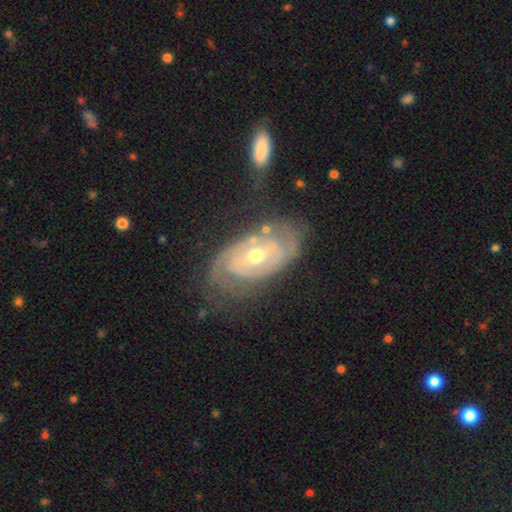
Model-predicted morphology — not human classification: type=featured or disk (82%); edge-on=no (95%); bar=no (57%); spiral arms=yes (85%); winding=tight (68%); arm count=2 (48%); bulge=moderate (60%); merging=none (60%).